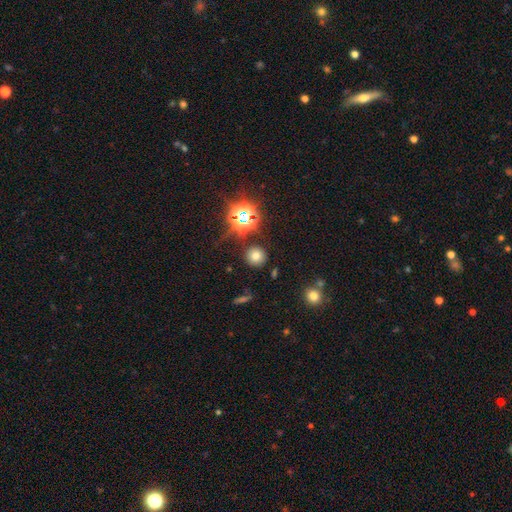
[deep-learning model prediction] Smooth or featured? Predicted: smooth (p=0.68). How rounded? Predicted: round (p=0.92). Merging? Predicted: none (p=0.87).